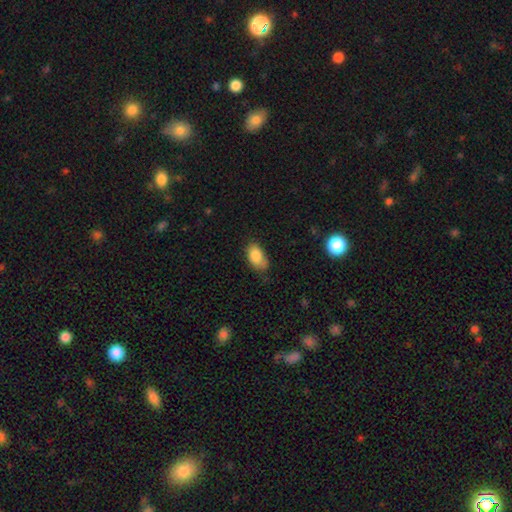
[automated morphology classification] A smooth galaxy with no disk features (84%) that is in between round and cigar-shaped (92%). Merging: none (63%).